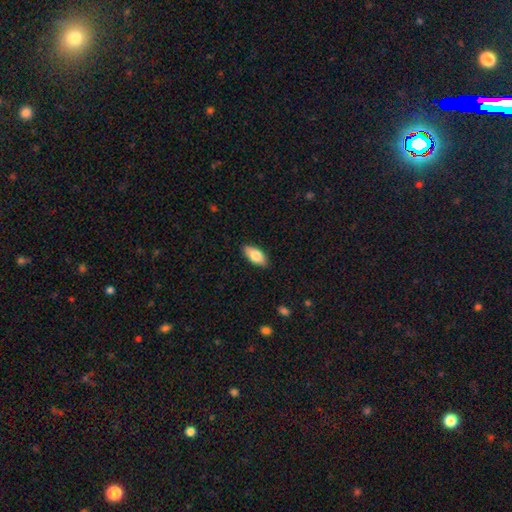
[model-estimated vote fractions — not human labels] smooth_or_featured: smooth (p=0.79) [alt: featured or disk p=0.14]
how_rounded: in between (p=0.89) [alt: cigar-shaped p=0.08]
merging: none (p=0.87) [alt: minor disturbance p=0.10]